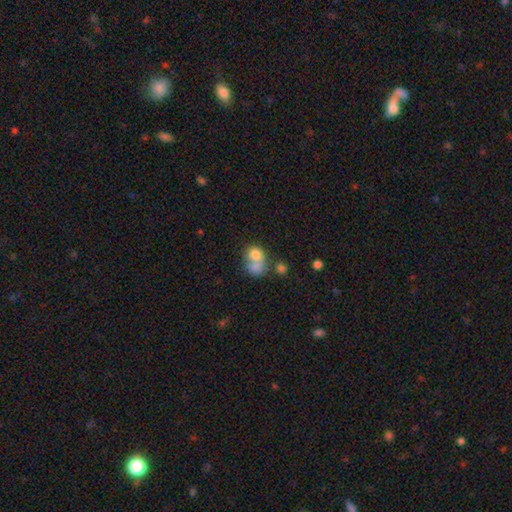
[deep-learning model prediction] Overall: smooth (74%). How rounded: round (55%; in between 44%). Merging: merger (60%; none 22%).